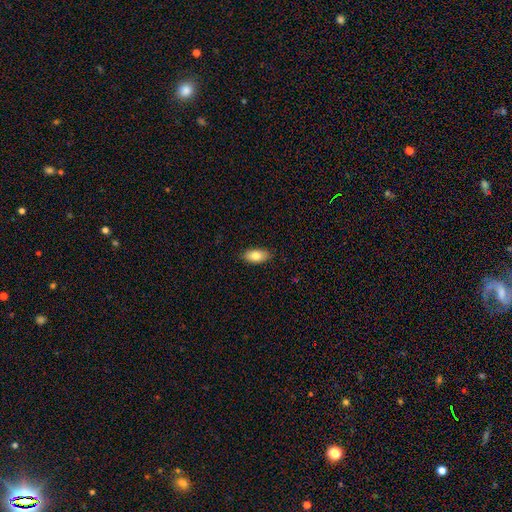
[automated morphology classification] smooth_or_featured: smooth (p=0.83) [alt: featured or disk p=0.11]
how_rounded: in between (p=0.93) [alt: cigar-shaped p=0.04]
merging: none (p=0.88) [alt: minor disturbance p=0.09]